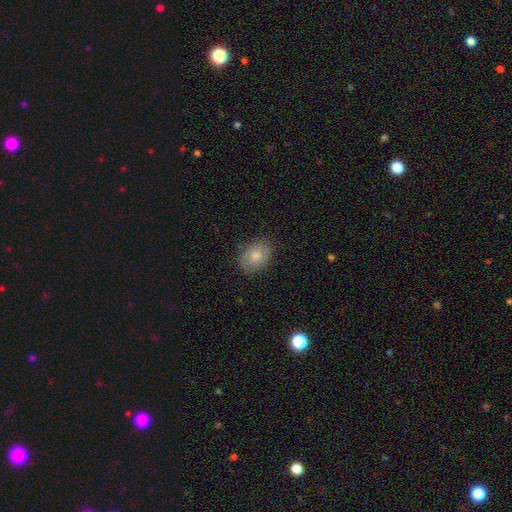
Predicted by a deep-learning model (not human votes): A smooth galaxy with no disk features (77%) that is in between round and cigar-shaped (72%).

Vote fractions:
- Smooth or featured? smooth: 77% / featured or disk: 16% / star or artifact: 7%
- How rounded? in between: 72% / round: 27% / cigar-shaped: 1%
- Merging? none: 83% / minor disturbance: 13% / major disturbance: 3% / merger: 1%